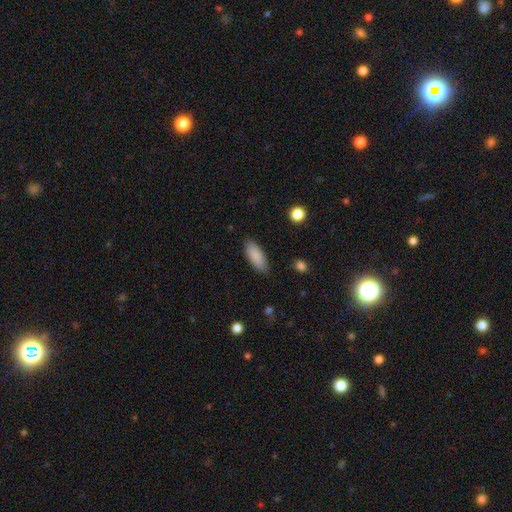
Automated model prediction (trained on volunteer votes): Q: Smooth or featured?
A: smooth (87%); runner-up: featured or disk (7%)
Q: How rounded?
A: in between (78%); runner-up: cigar-shaped (21%)
Q: Merging?
A: none (86%); runner-up: minor disturbance (11%)